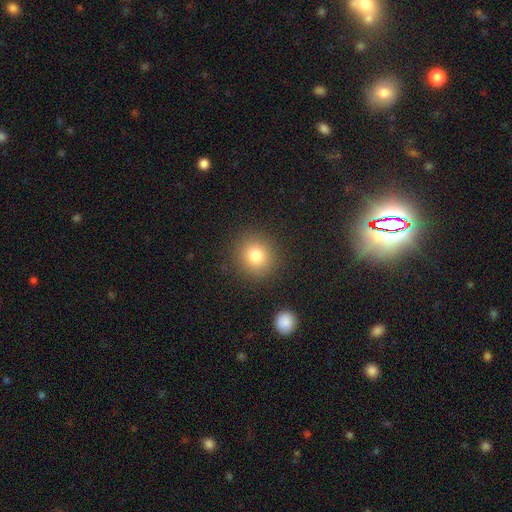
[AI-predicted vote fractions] A smooth galaxy with no disk features (80%) that is round (86%). Merging: none (88%).